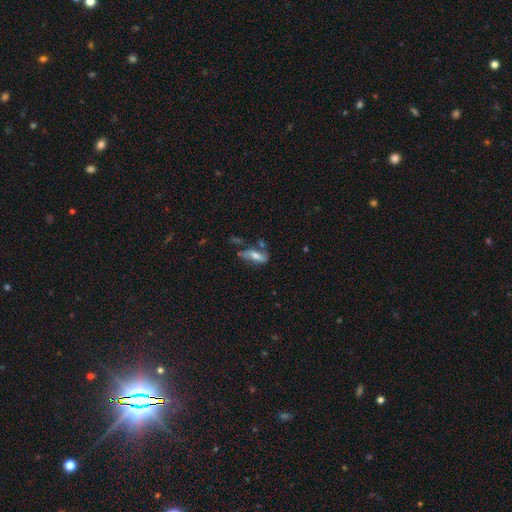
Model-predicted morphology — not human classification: smooth 48%, featured or disk 43%, star or artifact 9%. Down the decision tree: merging — none (46%).